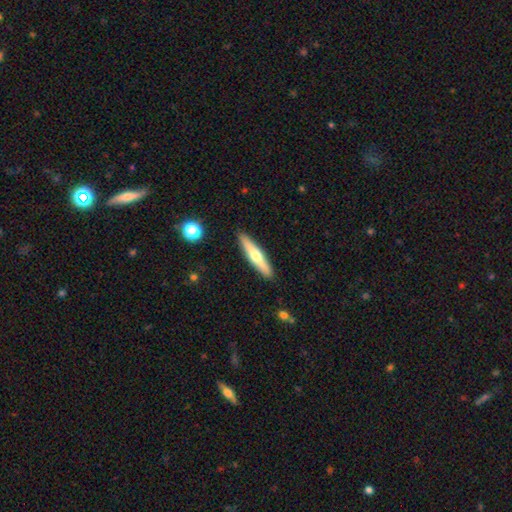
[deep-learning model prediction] This is possibly a featured or disk galaxy (49%). Merging: clearly none (90%).